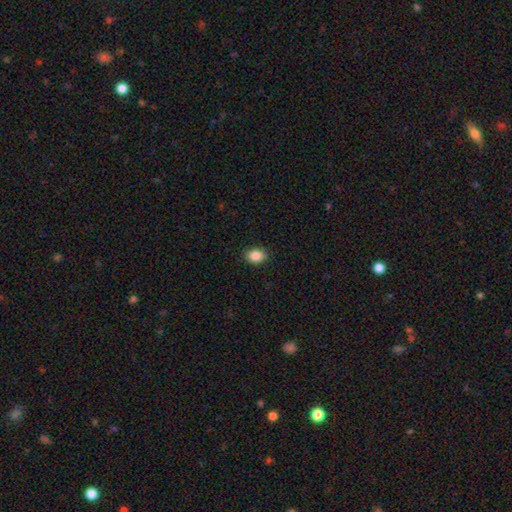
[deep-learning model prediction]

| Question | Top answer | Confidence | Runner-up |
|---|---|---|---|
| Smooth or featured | smooth | 88% | star or artifact (8%) |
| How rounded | in between | 73% | round (26%) |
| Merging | none | 89% | minor disturbance (8%) |